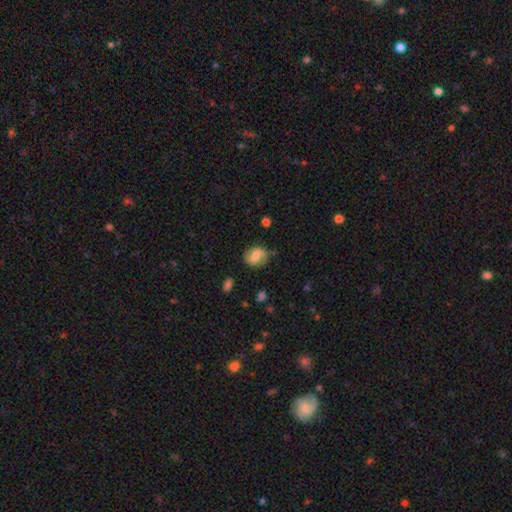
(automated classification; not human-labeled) smooth_or_featured: smooth (p=0.53) [alt: featured or disk p=0.39]
how_rounded: round (p=0.55) [alt: in between p=0.44]
merging: none (p=0.70) [alt: minor disturbance p=0.21]